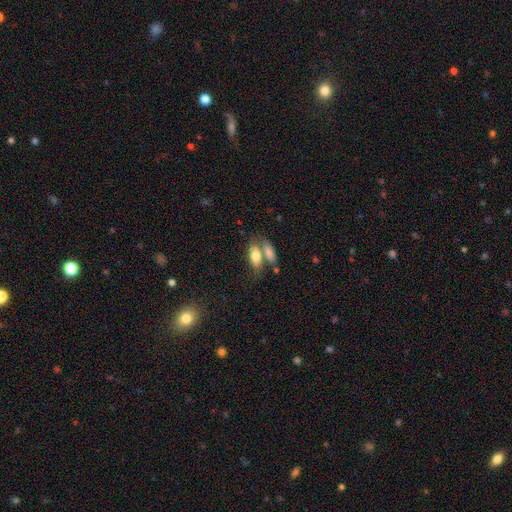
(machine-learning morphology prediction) A smooth galaxy with no disk features (76%) that is in between round and cigar-shaped (83%).

Vote fractions:
- Smooth or featured? smooth: 76% / featured or disk: 17% / star or artifact: 6%
- How rounded? in between: 83% / cigar-shaped: 13% / round: 4%
- Merging? merger: 46% / none: 39% / minor disturbance: 11% / major disturbance: 5%